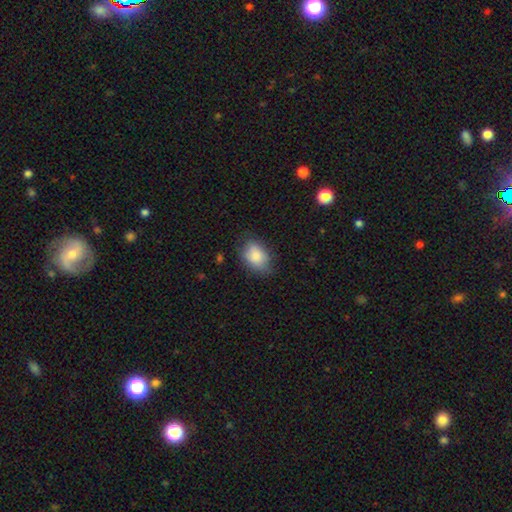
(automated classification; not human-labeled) smooth-or-featured: smooth: 85% | featured or disk: 8% | star or artifact: 7%
  how-rounded: in between: 82% | round: 17% | cigar-shaped: 1%
  merging: none: 67% | minor disturbance: 26% | major disturbance: 6% | merger: 1%